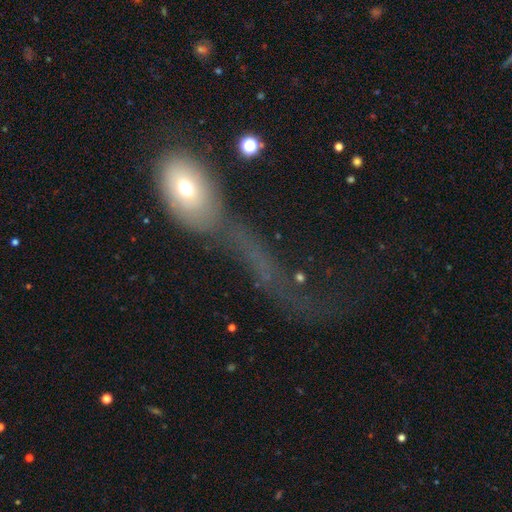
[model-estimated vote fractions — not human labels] A smooth galaxy with no disk features (51%) that is in between round and cigar-shaped (58%). Merging: major disturbance (50%).